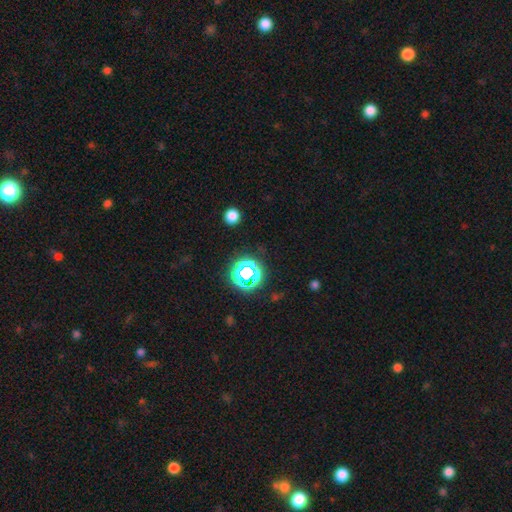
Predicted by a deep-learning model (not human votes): This appears to be a star or artifact, not a galaxy (64%).